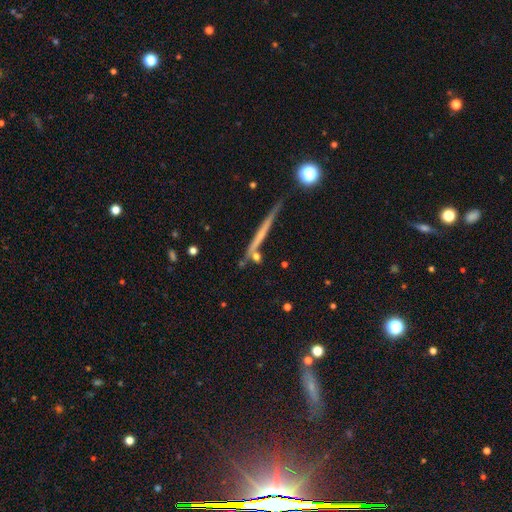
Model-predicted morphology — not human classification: This appears to be a smooth galaxy with no disk features (51%) that is cigar-shaped (62%). Merging: none (69%).